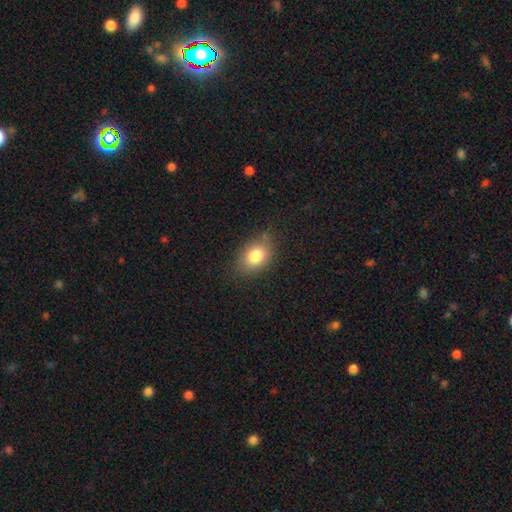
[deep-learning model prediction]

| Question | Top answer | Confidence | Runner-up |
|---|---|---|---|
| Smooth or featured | smooth | 81% | featured or disk (10%) |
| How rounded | in between | 77% | round (21%) |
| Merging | none | 77% | minor disturbance (17%) |